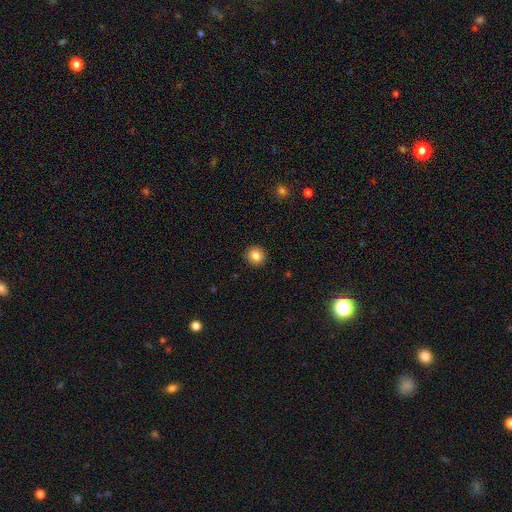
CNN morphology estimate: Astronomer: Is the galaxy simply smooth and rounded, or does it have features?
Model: smooth — 85%.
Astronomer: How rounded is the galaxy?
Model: round — 90%.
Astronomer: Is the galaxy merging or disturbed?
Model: none — 92%.